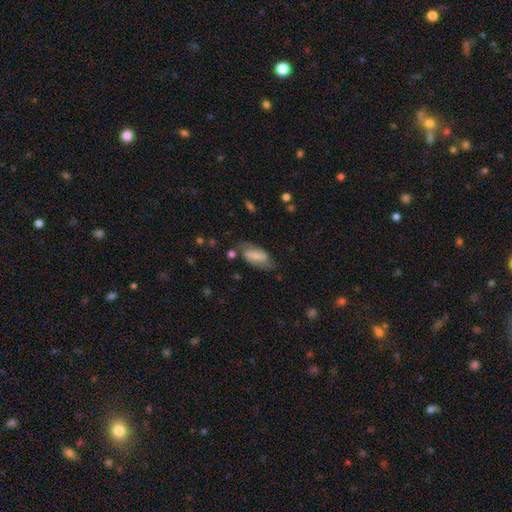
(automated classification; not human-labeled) smooth 48%, featured or disk 45%, star or artifact 8%. Down the decision tree: merging — none (61%).